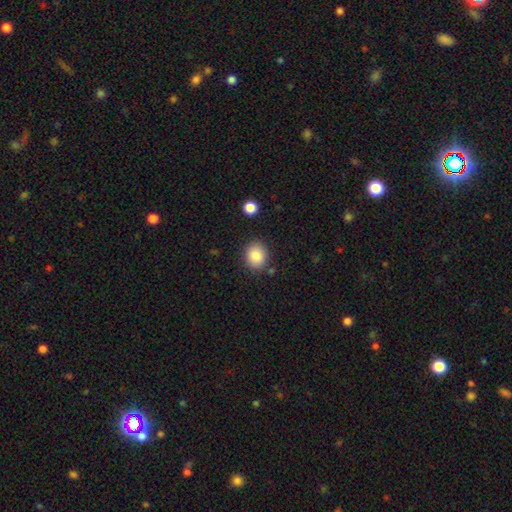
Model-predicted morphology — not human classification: The model was most divided on "how rounded": round: 65%, in between: 35%, cigar-shaped: 1%. More confident: smooth or featured — smooth (85%); merging — none (84%).